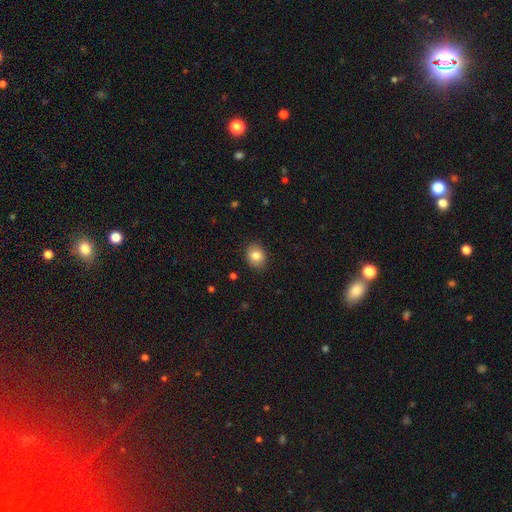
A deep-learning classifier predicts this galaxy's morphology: Overall: smooth (84%). How rounded: round (52%; in between 47%). Merging: none (88%).